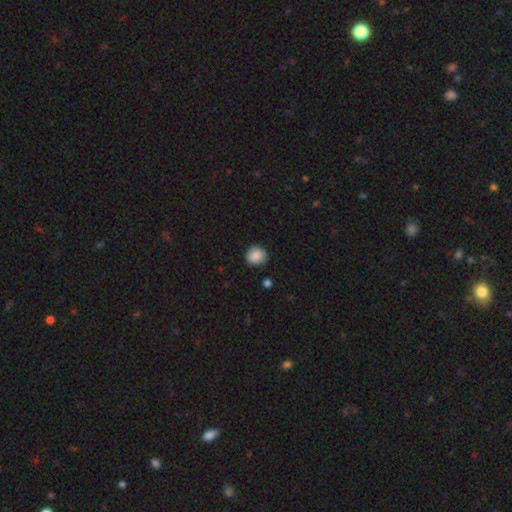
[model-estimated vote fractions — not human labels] smooth-or-featured: smooth: 88% | star or artifact: 8% | featured or disk: 3%
  how-rounded: round: 85% | in between: 14% | cigar-shaped: 1%
  merging: none: 87% | minor disturbance: 10% | major disturbance: 2% | merger: 1%